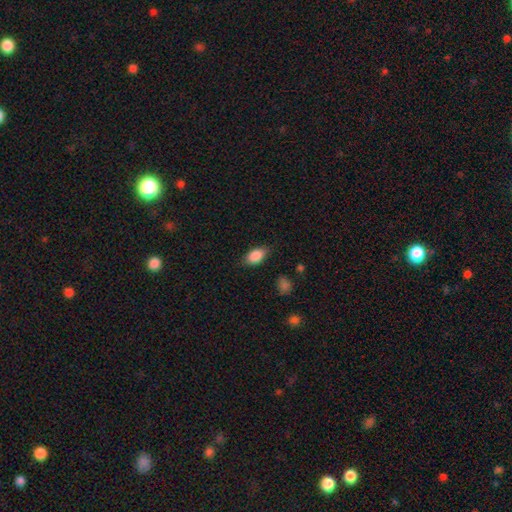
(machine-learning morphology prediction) Smooth or featured?
  - smooth: 86% *
  - star or artifact: 7%
  - featured or disk: 6%
How rounded?
  - in between: 90% *
  - round: 7%
  - cigar-shaped: 4%
Merging?
  - none: 77% *
  - minor disturbance: 18%
  - major disturbance: 4%
  - merger: 1%